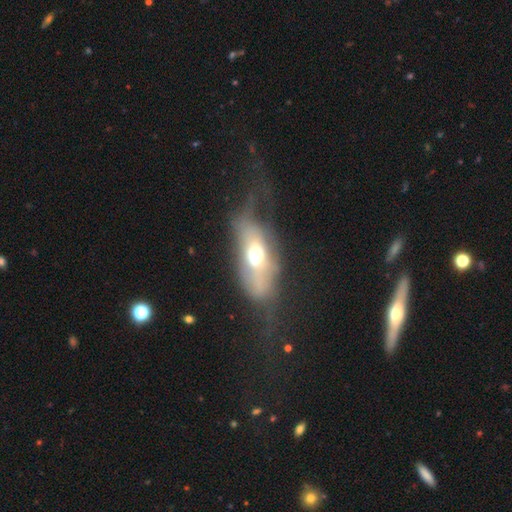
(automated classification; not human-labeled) smooth_or_featured: smooth (p=0.47) [alt: featured or disk p=0.43]
merging: major disturbance (p=0.43) [alt: none p=0.30]